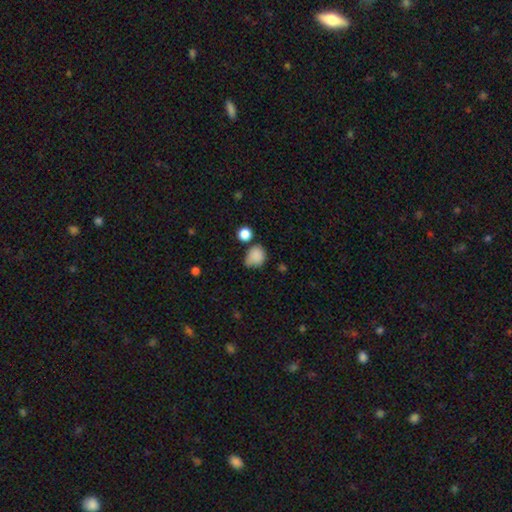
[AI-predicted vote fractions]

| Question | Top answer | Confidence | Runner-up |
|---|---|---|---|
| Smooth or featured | smooth | 84% | star or artifact (10%) |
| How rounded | round | 58% | in between (41%) |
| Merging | none | 48% | minor disturbance (32%) |